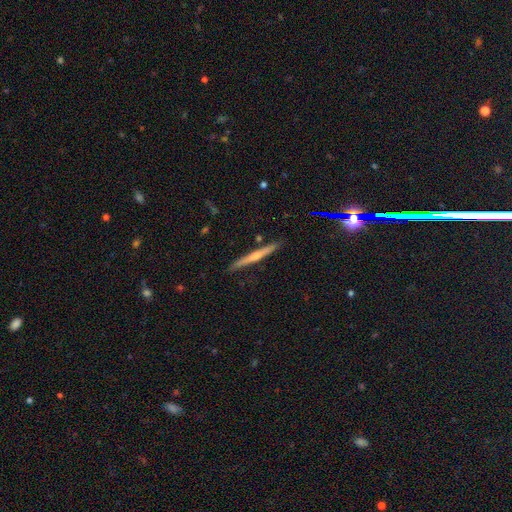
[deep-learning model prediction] The model was most divided on "edge-on bulge": rounded: 53%, none: 41%, boxy: 6%. More confident: edge-on disk — yes (97%); merging — none (87%); smooth or featured — featured or disk (55%).